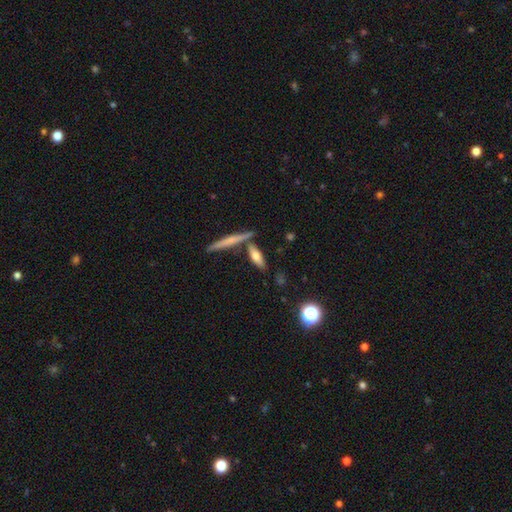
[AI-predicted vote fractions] smooth-or-featured: smooth: 66% | featured or disk: 26% | star or artifact: 8%
  how-rounded: cigar-shaped: 50% | in between: 47% | round: 3%
  merging: none: 67% | merger: 18% | minor disturbance: 11% | major disturbance: 4%